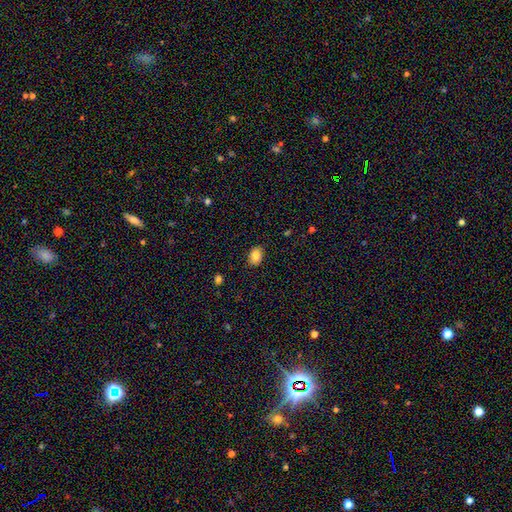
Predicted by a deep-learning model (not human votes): This appears to be a smooth galaxy with no disk features (85%) that is in between round and cigar-shaped (73%). Merging: none (86%).